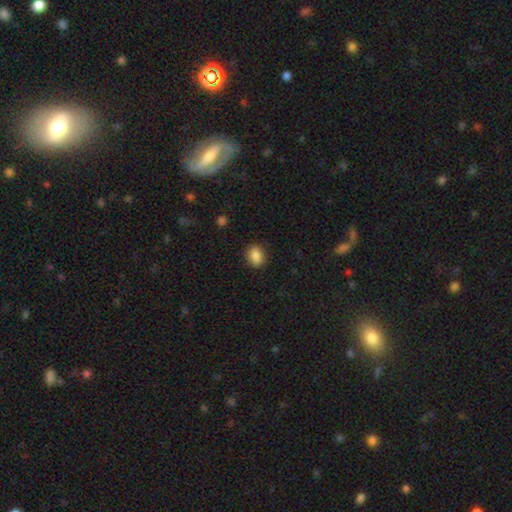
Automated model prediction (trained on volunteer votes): Smooth or featured?
  - smooth: 87% *
  - star or artifact: 9%
  - featured or disk: 5%
How rounded?
  - in between: 66% *
  - round: 33%
  - cigar-shaped: 1%
Merging?
  - none: 87% *
  - minor disturbance: 9%
  - major disturbance: 3%
  - merger: 1%